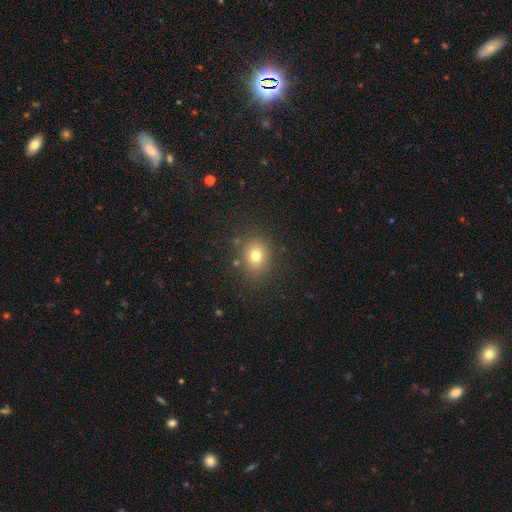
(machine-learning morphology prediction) Smooth or featured? Predicted: smooth (p=0.75). How rounded? Predicted: round (p=0.60). Merging? Predicted: none (p=0.82).